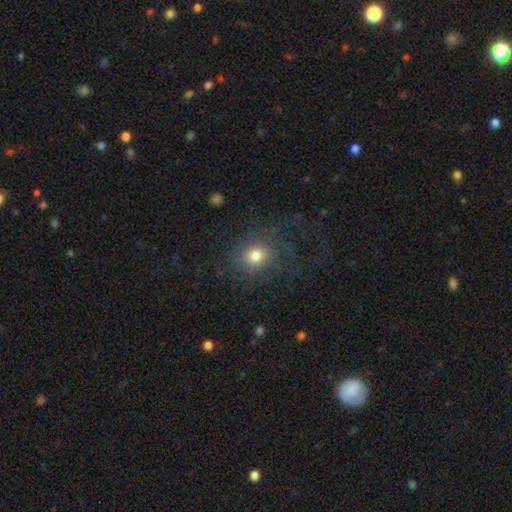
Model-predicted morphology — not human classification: The model was most divided on "smooth or featured": smooth: 64%, featured or disk: 21%, star or artifact: 15%. More confident: how rounded — round (75%); merging — none (70%).